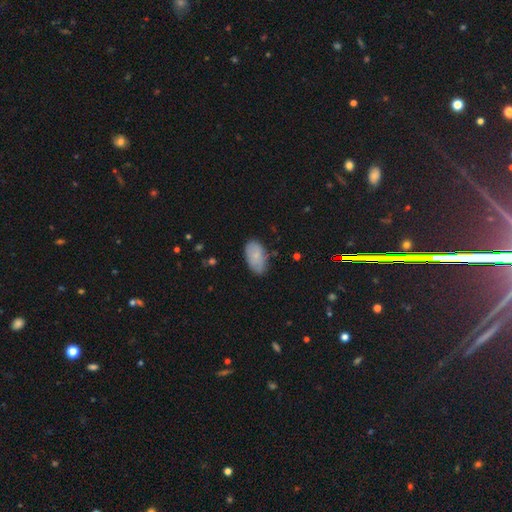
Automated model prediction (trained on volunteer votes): A smooth galaxy with no disk features (79%) that is in between round and cigar-shaped (94%). Merging: none (67%).